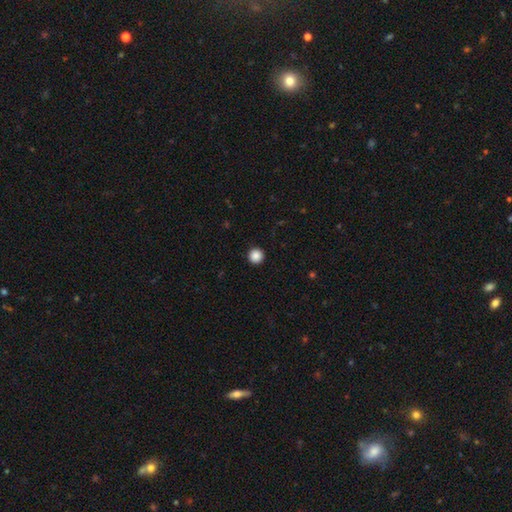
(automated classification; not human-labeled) smooth_or_featured: smooth (p=0.88) [alt: star or artifact p=0.09]
how_rounded: round (p=0.97) [alt: in between p=0.03]
merging: none (p=0.94) [alt: minor disturbance p=0.04]